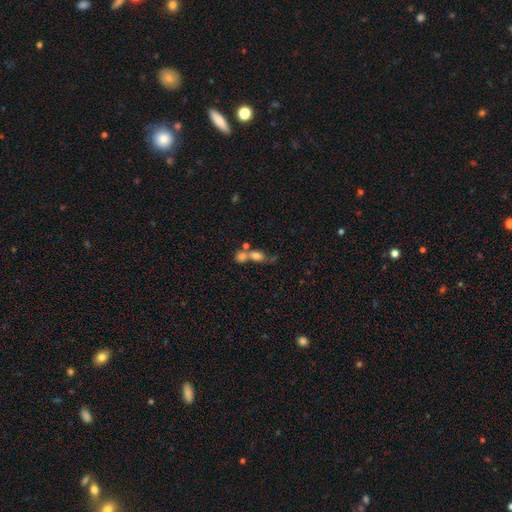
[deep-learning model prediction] Morphology: type=smooth (71%); roundness=in between (65%); merging=merger (63%).